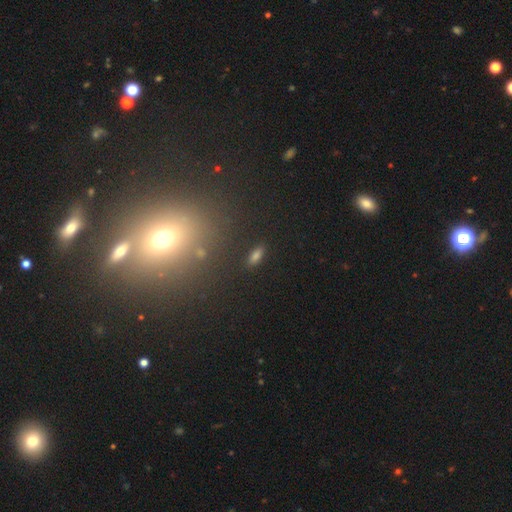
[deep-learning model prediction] smooth 60%, star or artifact 25%, featured or disk 15%. Down the decision tree: how rounded — in between (66%); merging — none (84%).